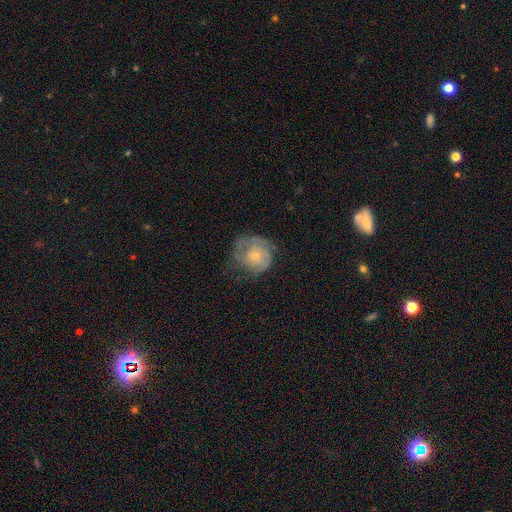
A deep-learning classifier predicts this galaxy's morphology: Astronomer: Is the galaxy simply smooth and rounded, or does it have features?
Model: featured or disk — 62%.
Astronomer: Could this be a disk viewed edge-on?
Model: no — 98%.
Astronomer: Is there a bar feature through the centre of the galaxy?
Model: no — 80%.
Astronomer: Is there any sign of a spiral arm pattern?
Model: yes — 81%.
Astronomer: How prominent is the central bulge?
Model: small — 61%.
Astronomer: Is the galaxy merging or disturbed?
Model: none — 54%.